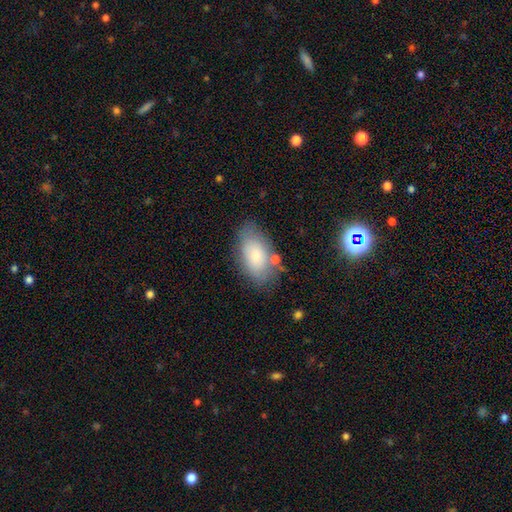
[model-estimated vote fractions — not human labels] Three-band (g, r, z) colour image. It shows a smooth galaxy with no disk features (80%) that is in between round and cigar-shaped (93%). Merging: none (69%).